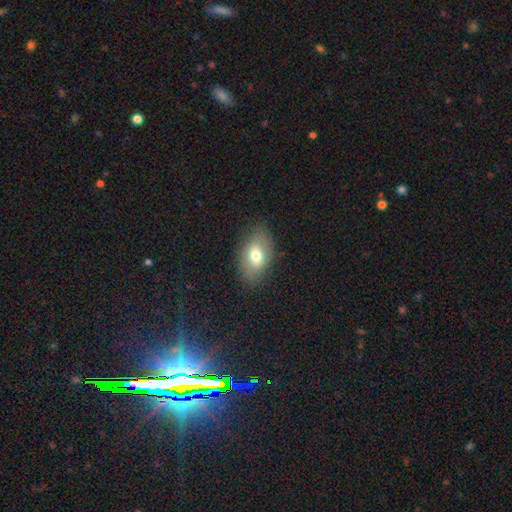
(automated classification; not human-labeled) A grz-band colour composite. It shows a smooth galaxy with no disk features (69%) that is in between round and cigar-shaped (87%). Merging: none (80%).